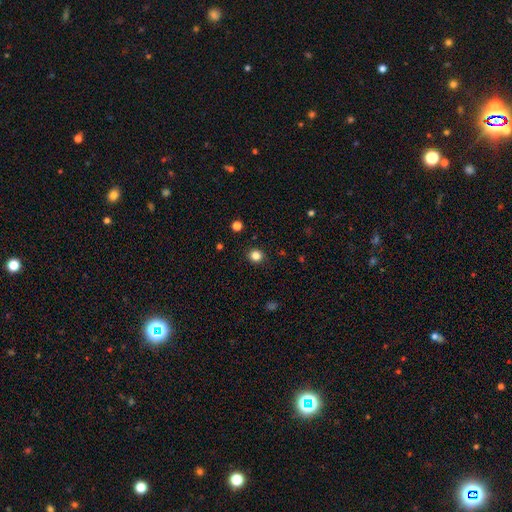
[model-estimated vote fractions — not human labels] This is clearly a smooth galaxy (83%). How rounded: clearly round (88%). Merging: clearly none (91%).